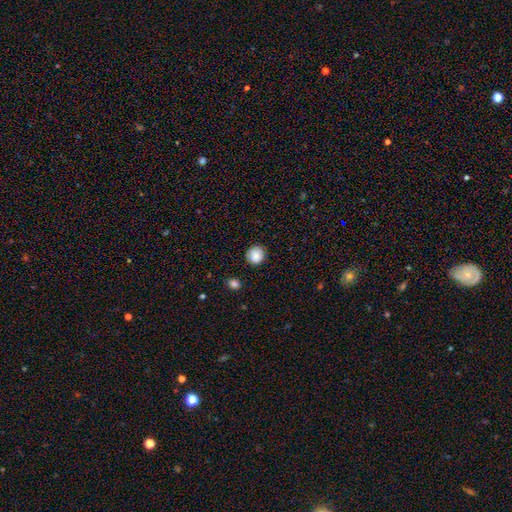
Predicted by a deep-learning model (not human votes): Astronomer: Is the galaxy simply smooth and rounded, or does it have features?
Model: smooth — 87%.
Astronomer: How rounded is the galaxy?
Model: round — 93%.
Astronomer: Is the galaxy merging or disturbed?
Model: none — 89%.